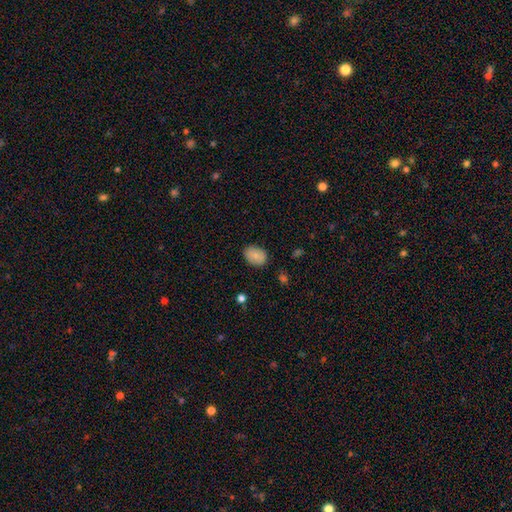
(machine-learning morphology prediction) Smooth or featured?
  - smooth: 85% *
  - featured or disk: 8%
  - star or artifact: 7%
How rounded?
  - in between: 77% *
  - round: 22%
  - cigar-shaped: 1%
Merging?
  - none: 85% *
  - minor disturbance: 12%
  - major disturbance: 2%
  - merger: 1%